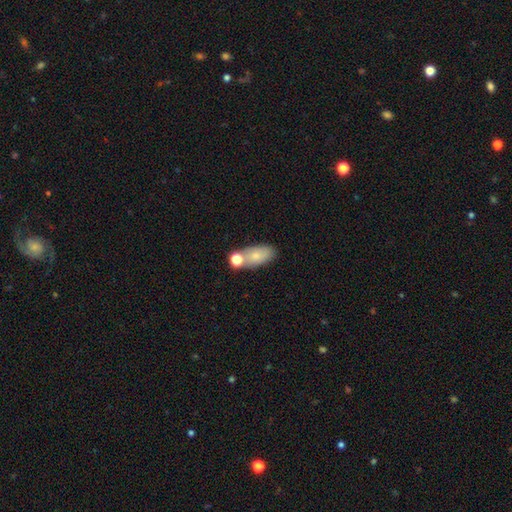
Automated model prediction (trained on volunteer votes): Smooth or featured? Predicted: smooth (p=0.73). How rounded? Predicted: in between (p=0.87). Merging? Predicted: none (p=0.56).